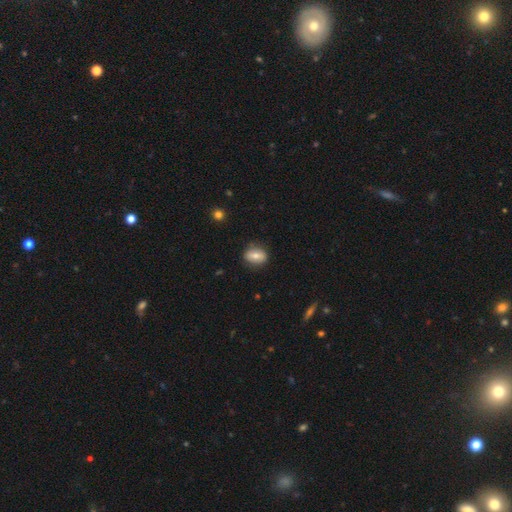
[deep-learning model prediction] This is likely a smooth galaxy (67%). How rounded: likely in between (64%). Merging: clearly none (81%).